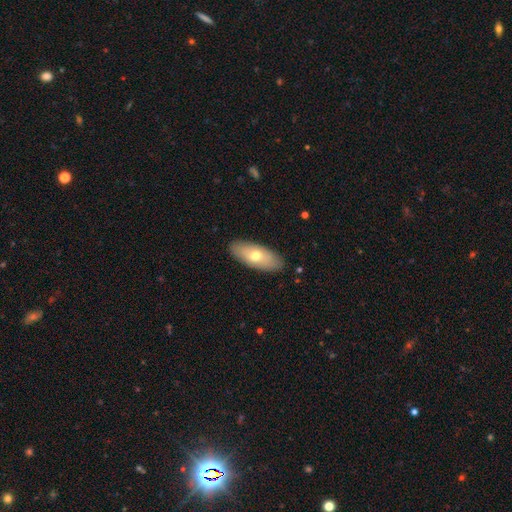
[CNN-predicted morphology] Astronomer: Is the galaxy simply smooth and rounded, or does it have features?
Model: smooth — 64%.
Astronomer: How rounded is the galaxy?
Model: in between — 81%.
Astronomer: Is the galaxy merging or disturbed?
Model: none — 88%.